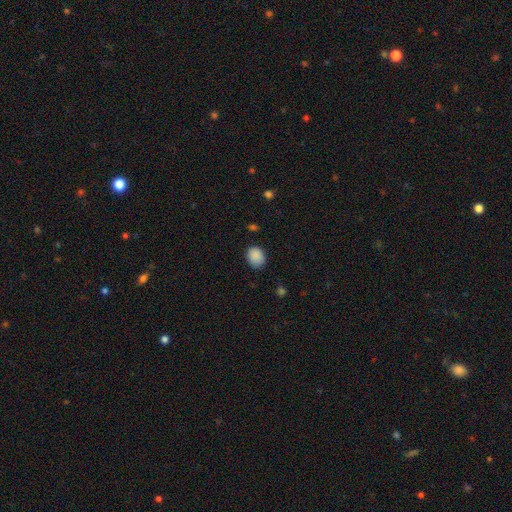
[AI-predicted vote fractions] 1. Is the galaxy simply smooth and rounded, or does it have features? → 88% smooth, 8% star or artifact, 3% featured or disk.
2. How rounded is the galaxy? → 54% round, 45% in between, 1% cigar-shaped.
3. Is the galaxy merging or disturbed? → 79% none, 16% minor disturbance, 3% major disturbance, 1% merger.